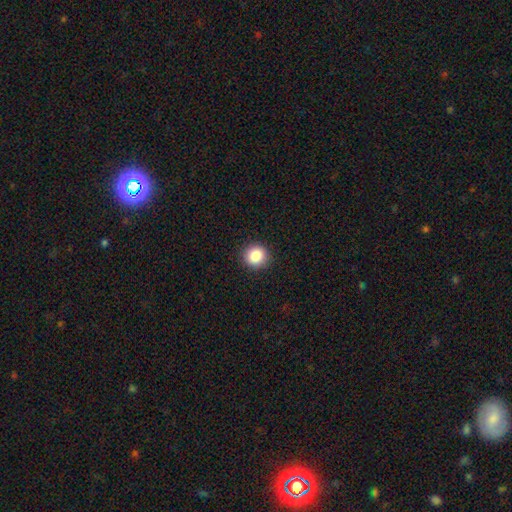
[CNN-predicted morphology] This is clearly a smooth galaxy (86%). How rounded: clearly round (91%). Merging: clearly none (91%).